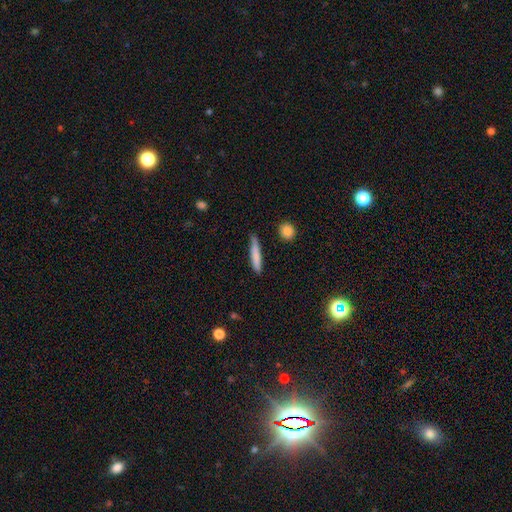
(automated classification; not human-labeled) Smooth or featured? smooth (78%)
How rounded? cigar-shaped (92%)
Merging? none (81%)